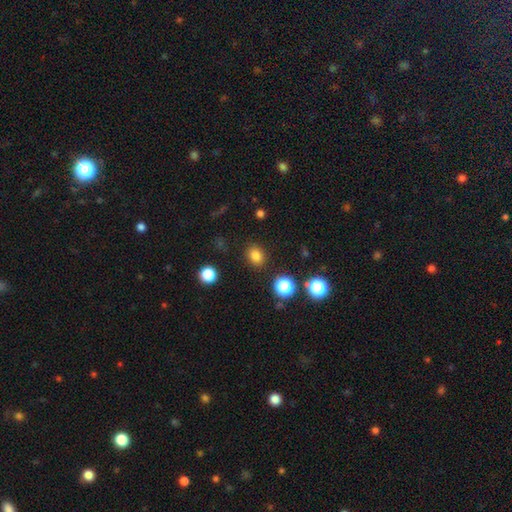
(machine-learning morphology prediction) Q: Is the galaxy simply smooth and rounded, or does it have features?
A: smooth — 81%.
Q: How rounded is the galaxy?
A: round — 62%.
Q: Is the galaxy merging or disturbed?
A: none — 88%.